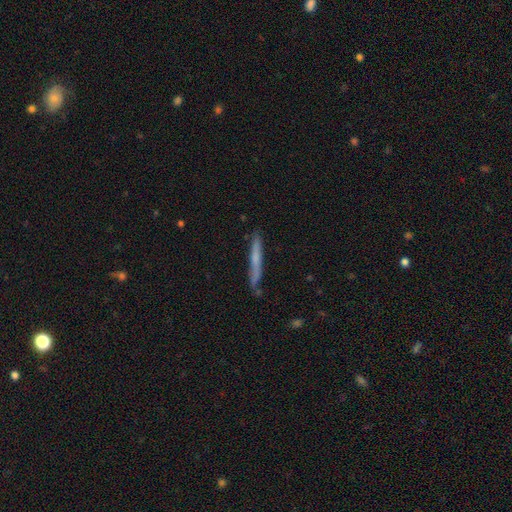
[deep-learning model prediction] smooth-or-featured: smooth: 53% | featured or disk: 40% | star or artifact: 6%
  how-rounded: cigar-shaped: 96% | in between: 2% | round: 1%
  merging: none: 82% | minor disturbance: 14% | major disturbance: 2% | merger: 2%